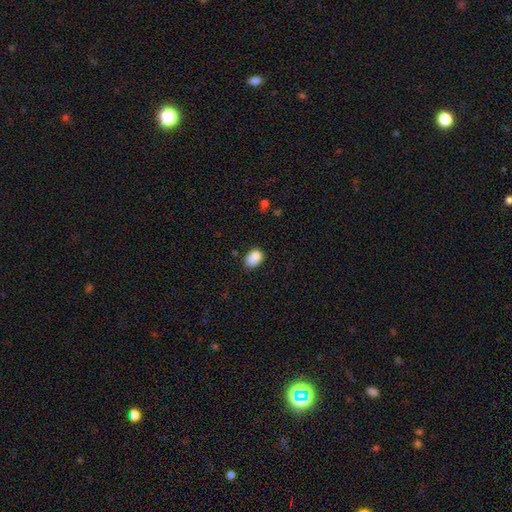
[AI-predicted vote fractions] smooth-or-featured: smooth: 81% | featured or disk: 10% | star or artifact: 9%
  how-rounded: in between: 68% | round: 31% | cigar-shaped: 1%
  merging: none: 50% | minor disturbance: 23% | merger: 21% | major disturbance: 6%